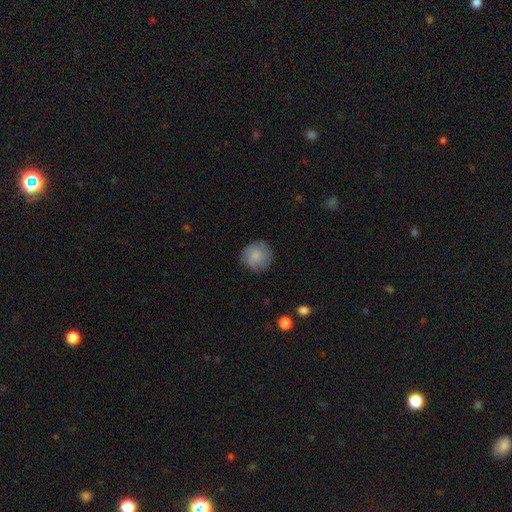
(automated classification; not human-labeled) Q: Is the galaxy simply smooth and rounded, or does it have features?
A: smooth — 66%.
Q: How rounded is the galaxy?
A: round — 91%.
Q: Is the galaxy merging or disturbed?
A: none — 79%.